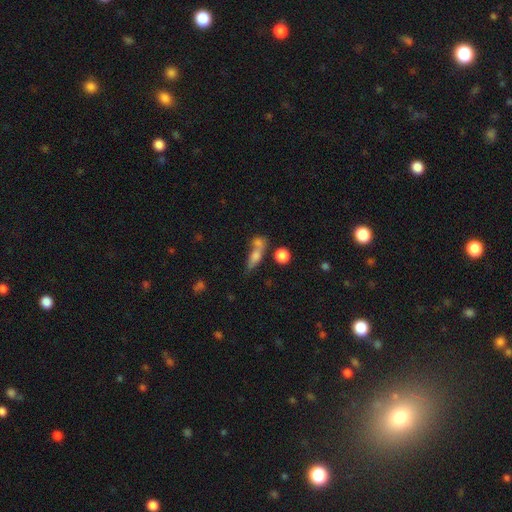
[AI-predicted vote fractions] The model was most divided on "merging": merger: 41%, none: 39%, minor disturbance: 12%, major disturbance: 8%. More confident: smooth or featured — smooth (69%); how rounded — in between (50%).